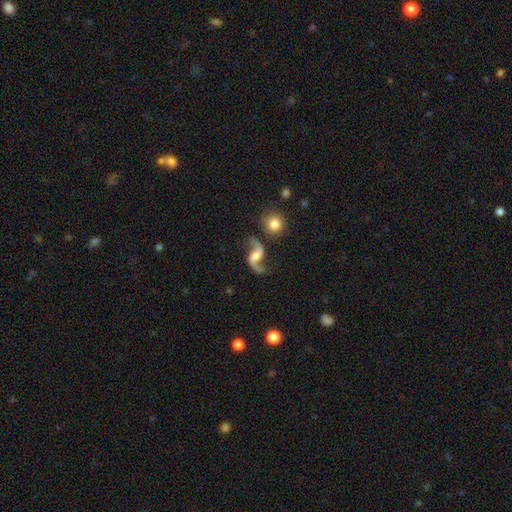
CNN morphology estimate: This appears to be a featured or disk galaxy (91%) with no bar (43%), 2 (94%) loose (88%) spiral arms (97%) and a moderate central bulge (41%). Merging: none (77%).